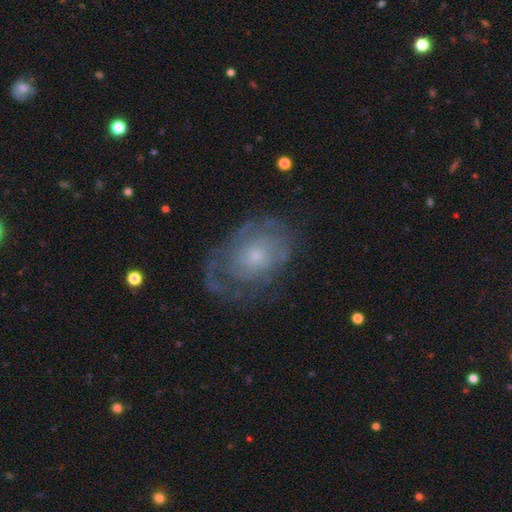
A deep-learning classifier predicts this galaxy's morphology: smooth-or-featured: featured or disk: 67% | smooth: 25% | star or artifact: 8%
  disk-edge-on: no: 96% | yes: 4%
    bar: no: 84% | weak: 14% | strong: 2%
    has-spiral-arms: yes: 69% | no: 31%
    bulge-size: small: 63% | moderate: 29% | none: 4% | large: 3% | dominant: 1%
  merging: none: 59% | minor disturbance: 22% | major disturbance: 17% | merger: 1%